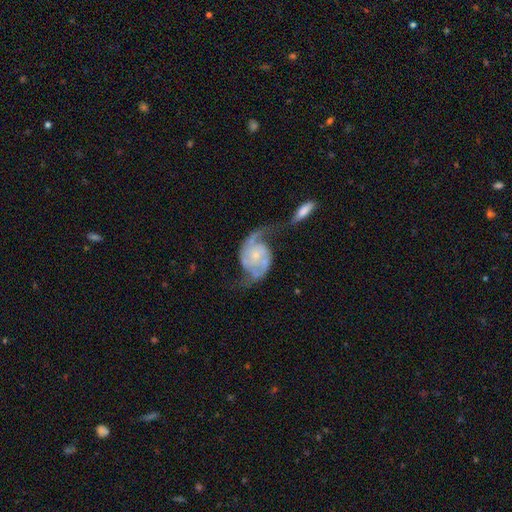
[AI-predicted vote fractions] smooth_or_featured: featured or disk (p=0.88) [alt: smooth p=0.07]
disk_edge_on: no (p=0.98) [alt: yes p=0.02]
bar: no (p=0.65) [alt: weak p=0.28]
has_spiral_arms: yes (p=0.96) [alt: no p=0.04]
spiral_winding: loose (p=0.44) [alt: medium p=0.42]
spiral_arm_count: 2 (p=0.91) [alt: can't tell p=0.03]
bulge_size: small (p=0.64) [alt: moderate p=0.20]
merging: none (p=0.43) [alt: major disturbance p=0.22]